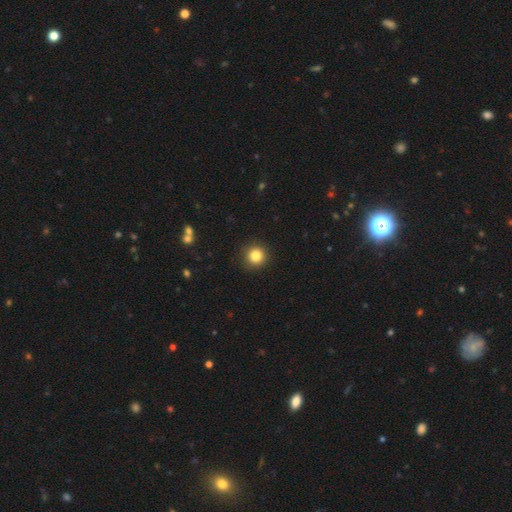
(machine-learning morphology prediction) Smooth or featured: smooth — 83% (star or artifact — 11%)
How rounded: round — 95% (in between — 4%)
Merging: none — 92% (minor disturbance — 6%)